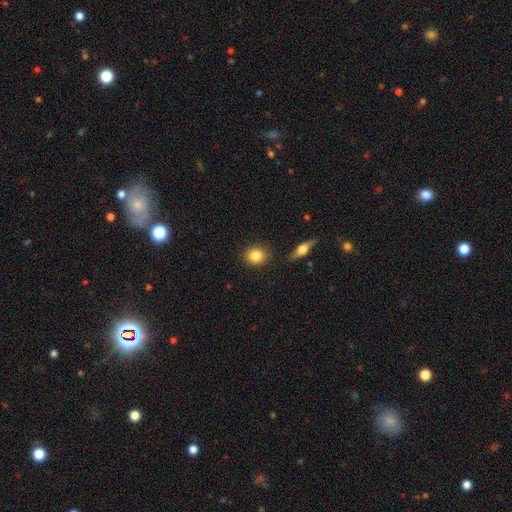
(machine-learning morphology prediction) Smooth or featured? smooth (83%)
How rounded? round (76%)
Merging? none (86%)